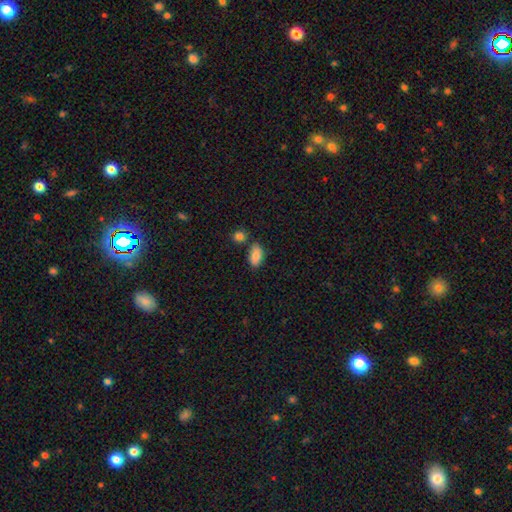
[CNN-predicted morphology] Smooth or featured? Predicted: smooth (p=0.85). How rounded? Predicted: in between (p=0.92). Merging? Predicted: none (p=0.69).